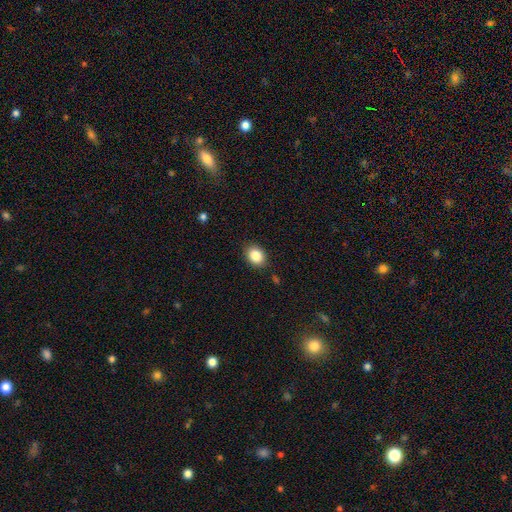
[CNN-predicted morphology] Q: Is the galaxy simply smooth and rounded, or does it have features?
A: smooth — 86%.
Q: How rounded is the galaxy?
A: in between — 55%.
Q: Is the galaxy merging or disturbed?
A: none — 87%.